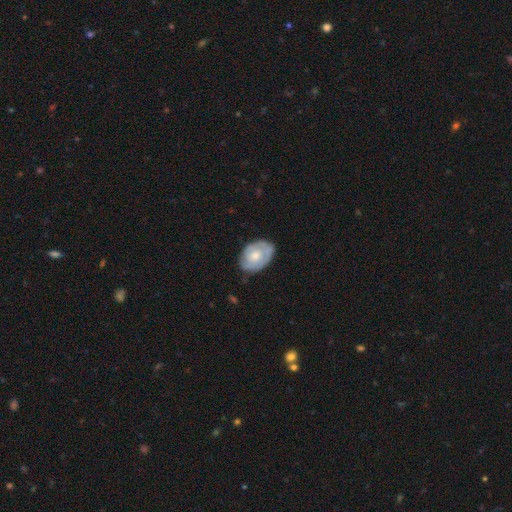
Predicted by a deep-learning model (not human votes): Q: Smooth or featured?
A: featured or disk (49%); runner-up: smooth (45%)
Q: Merging?
A: none (69%); runner-up: minor disturbance (24%)